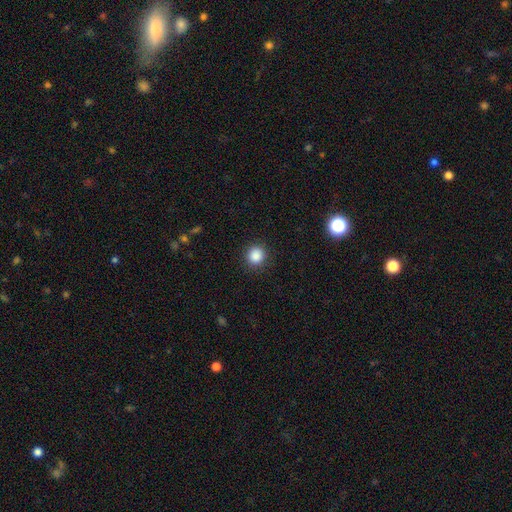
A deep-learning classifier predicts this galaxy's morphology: Smooth or featured: smooth — 87% (star or artifact — 10%)
How rounded: round — 92% (in between — 7%)
Merging: none — 90% (minor disturbance — 6%)